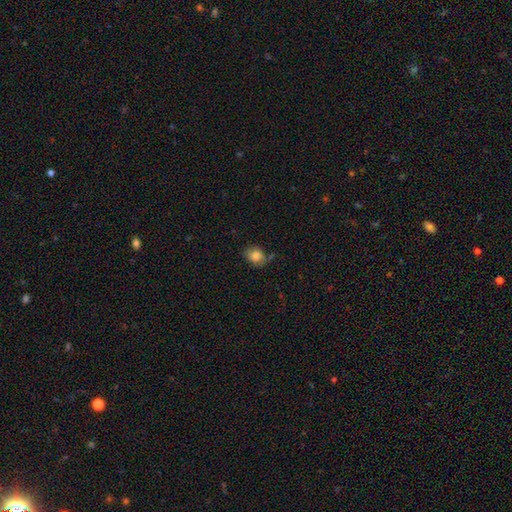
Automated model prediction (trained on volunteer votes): Smooth or featured: smooth — 81% (star or artifact — 10%)
How rounded: in between — 52% (round — 47%)
Merging: none — 60% (minor disturbance — 27%)